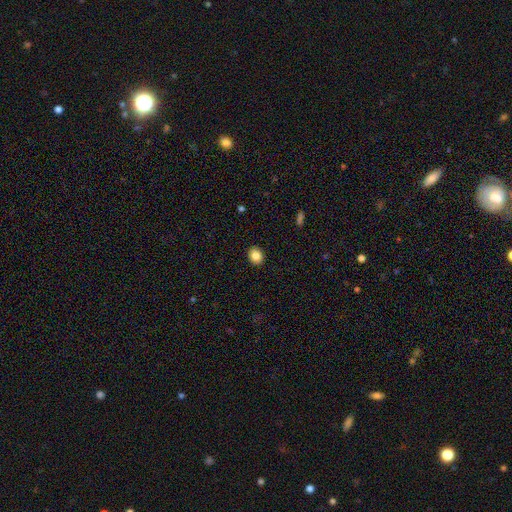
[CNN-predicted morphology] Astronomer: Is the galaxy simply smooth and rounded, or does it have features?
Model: smooth — 85%.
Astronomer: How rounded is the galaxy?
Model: round — 58% (runner-up: in between, 42%).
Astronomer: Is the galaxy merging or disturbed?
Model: none — 91%.